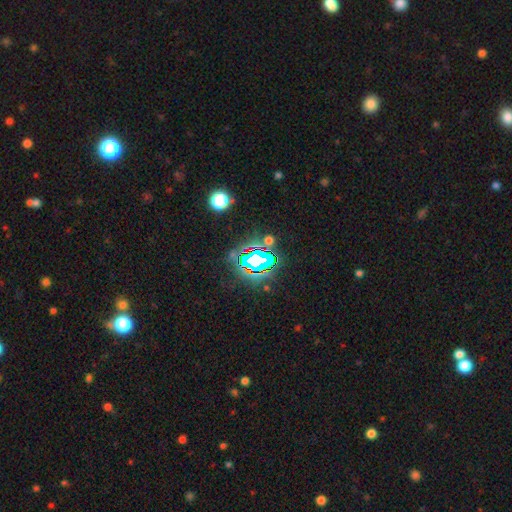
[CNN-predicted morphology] A star or artifact, not a galaxy (71%).